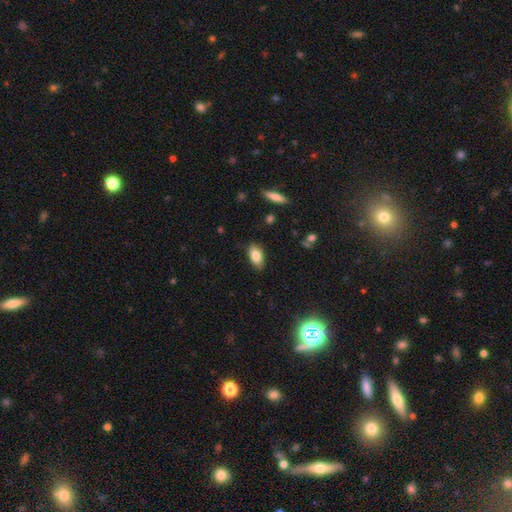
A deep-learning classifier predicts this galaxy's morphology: smooth_or_featured: smooth (p=0.80) [alt: featured or disk p=0.12]
how_rounded: in between (p=0.88) [alt: cigar-shaped p=0.08]
merging: none (p=0.84) [alt: minor disturbance p=0.12]